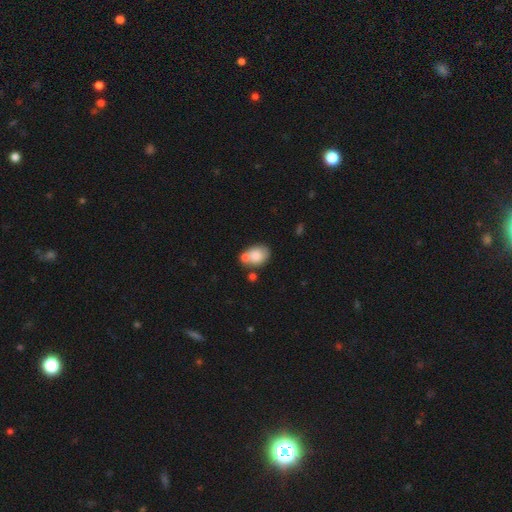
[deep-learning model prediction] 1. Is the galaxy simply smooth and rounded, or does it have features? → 78% smooth, 14% featured or disk, 8% star or artifact.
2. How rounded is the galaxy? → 69% in between, 30% round, 1% cigar-shaped.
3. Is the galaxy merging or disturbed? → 44% none, 33% merger, 17% minor disturbance, 6% major disturbance.